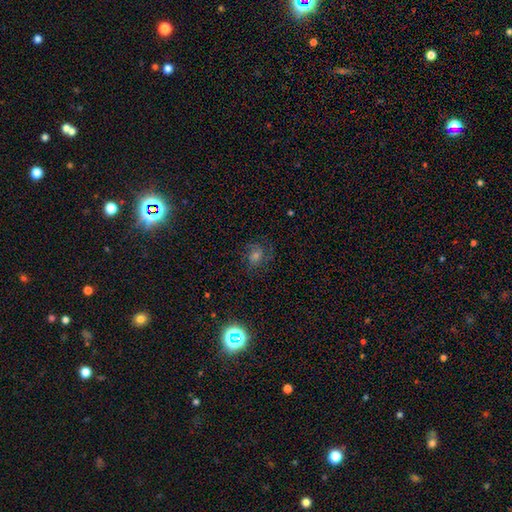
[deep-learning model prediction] Smooth or featured: featured or disk — 41% (star or artifact — 34%)
Merging: none — 75% (minor disturbance — 14%)